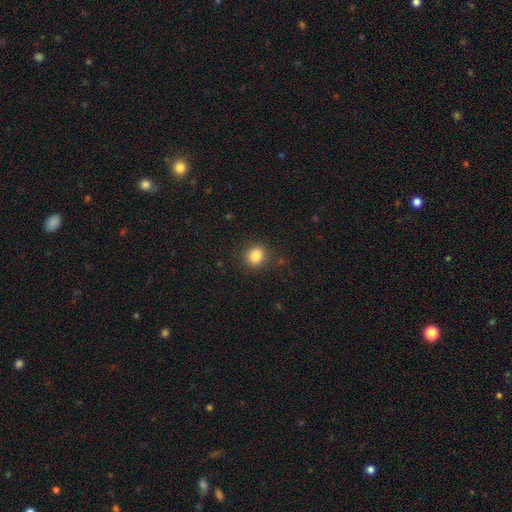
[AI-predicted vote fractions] smooth_or_featured: smooth (p=0.84) [alt: star or artifact p=0.11]
how_rounded: round (p=0.80) [alt: in between p=0.19]
merging: none (p=0.88) [alt: minor disturbance p=0.08]